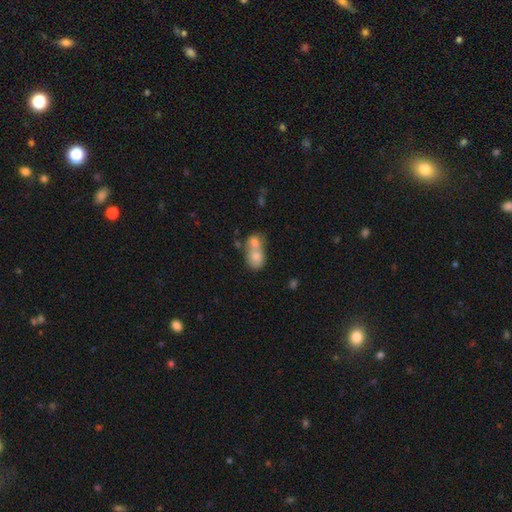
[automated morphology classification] smooth_or_featured: smooth (p=0.75) [alt: featured or disk p=0.17]
how_rounded: in between (p=0.61) [alt: round p=0.37]
merging: merger (p=0.72) [alt: none p=0.17]